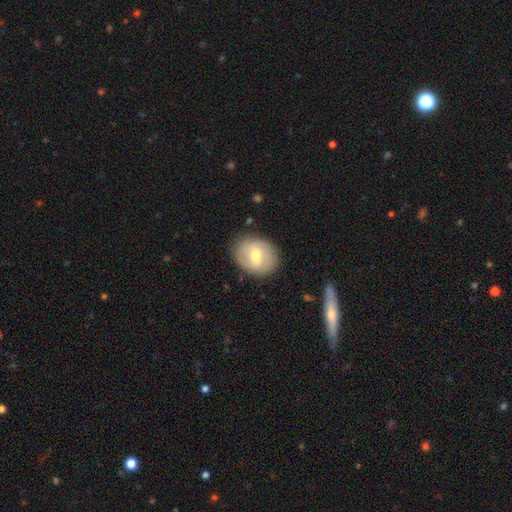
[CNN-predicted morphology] A smooth galaxy with no disk features (48%).

Vote fractions:
- Smooth or featured? smooth: 48% / featured or disk: 45% / star or artifact: 7%
- Merging? none: 81% / minor disturbance: 13% / major disturbance: 4% / merger: 1%